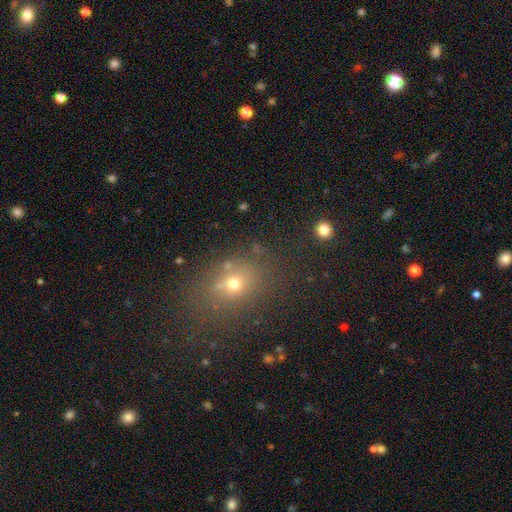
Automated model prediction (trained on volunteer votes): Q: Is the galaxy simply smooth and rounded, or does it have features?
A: smooth — 55%.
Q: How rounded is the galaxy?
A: in between — 52%.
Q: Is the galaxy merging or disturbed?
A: none — 77%.